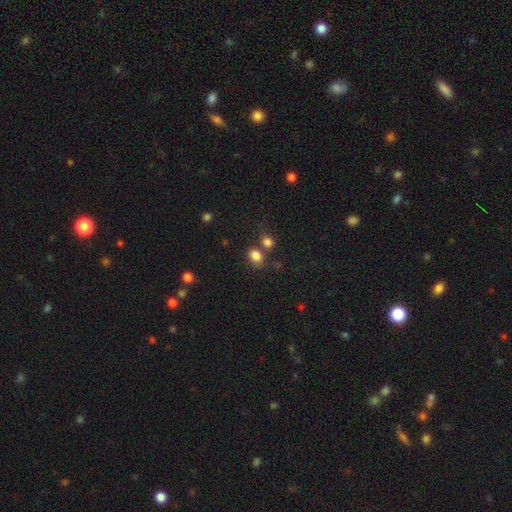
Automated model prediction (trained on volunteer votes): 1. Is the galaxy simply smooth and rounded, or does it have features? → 83% smooth, 11% star or artifact, 6% featured or disk.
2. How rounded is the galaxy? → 69% in between, 29% round, 1% cigar-shaped.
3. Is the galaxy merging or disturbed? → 61% none, 22% merger, 12% minor disturbance, 4% major disturbance.